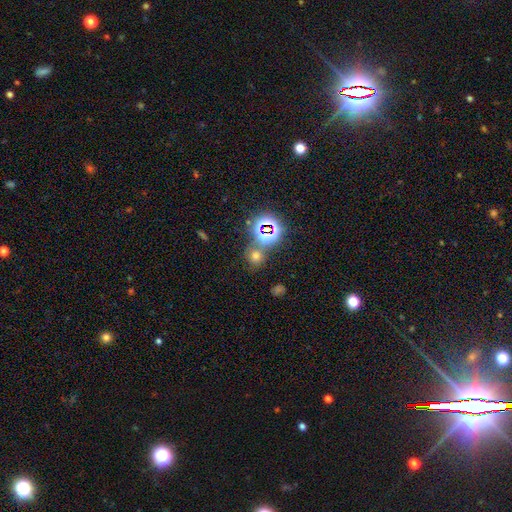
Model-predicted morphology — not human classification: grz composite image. It shows a smooth galaxy with no disk features (56%) that is round (83%). Merging: none (66%).